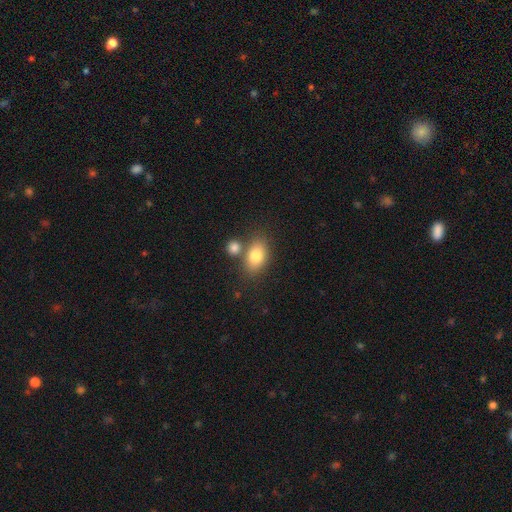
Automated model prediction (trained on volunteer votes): The model was most divided on "merging": none: 63%, merger: 22%, minor disturbance: 11%, major disturbance: 4%. More confident: how rounded — in between (82%); smooth or featured — smooth (80%).